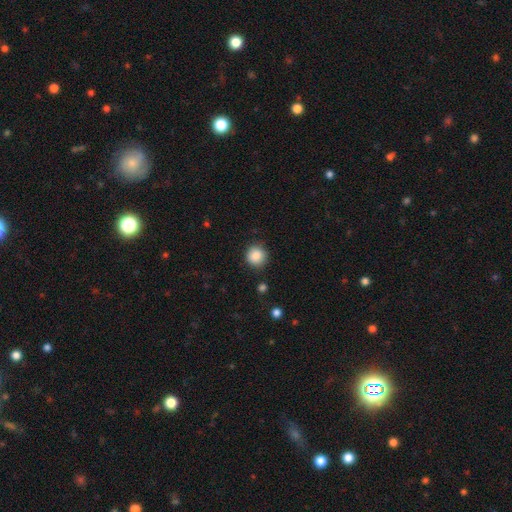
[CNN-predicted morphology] Smooth or featured? smooth (87%)
How rounded? round (91%)
Merging? none (86%)